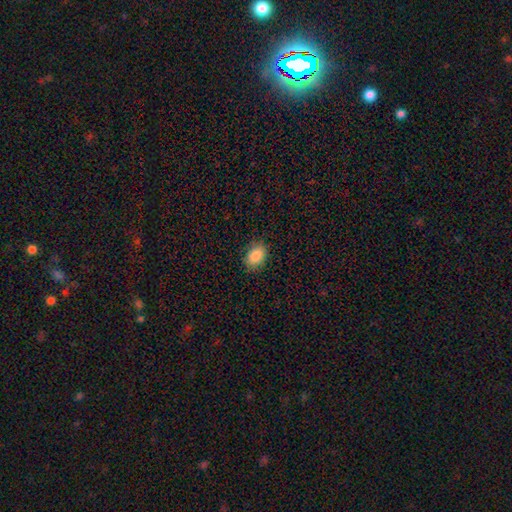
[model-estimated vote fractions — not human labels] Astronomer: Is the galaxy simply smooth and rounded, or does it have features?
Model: smooth — 87%.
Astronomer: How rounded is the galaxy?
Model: in between — 81%.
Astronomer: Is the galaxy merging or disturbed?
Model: none — 87%.